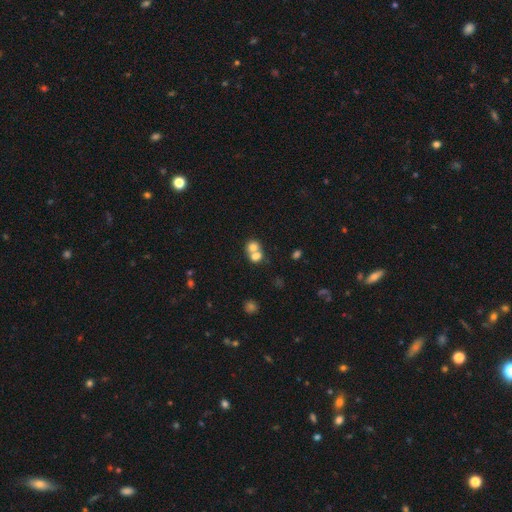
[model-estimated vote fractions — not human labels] Smooth or featured: smooth — 71% (featured or disk — 17%)
How rounded: round — 68% (in between — 31%)
Merging: merger — 64% (none — 28%)